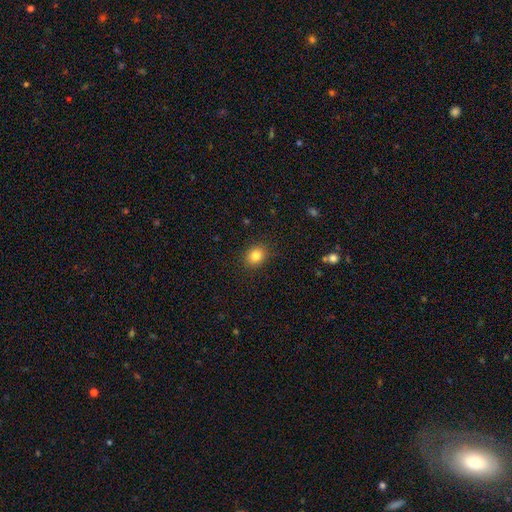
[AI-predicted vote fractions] smooth-or-featured: smooth: 83% | star or artifact: 11% | featured or disk: 6%
  how-rounded: round: 66% | in between: 33% | cigar-shaped: 1%
  merging: none: 89% | minor disturbance: 8% | major disturbance: 2% | merger: 1%